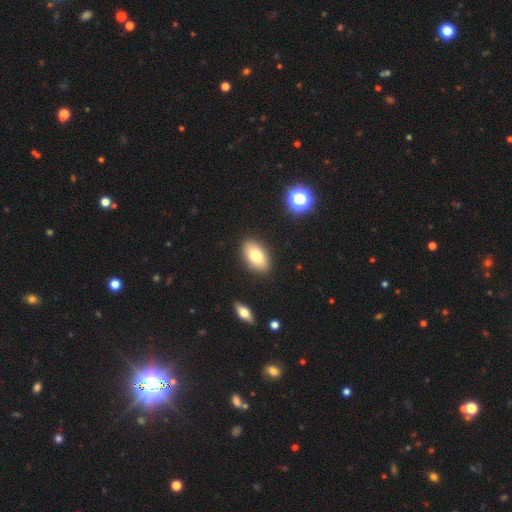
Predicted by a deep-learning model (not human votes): This is likely a smooth galaxy (80%). How rounded: clearly in between (92%). Merging: clearly none (87%).